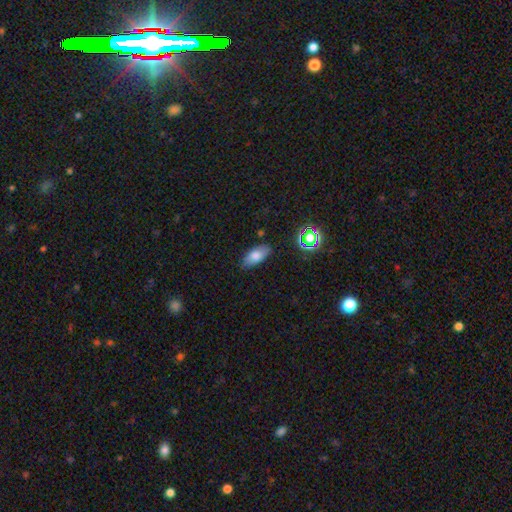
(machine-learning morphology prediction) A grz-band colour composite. It shows a smooth galaxy with no disk features (76%) that is in between round and cigar-shaped (86%). Merging: none (82%).